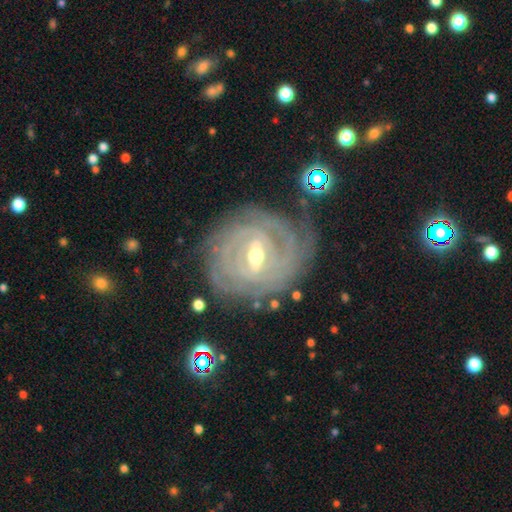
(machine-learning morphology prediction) Smooth or featured?
  - featured or disk: 89% *
  - smooth: 6%
  - star or artifact: 5%
Edge-on disk?
  - no: 95% *
  - yes: 5%
Bar?
  - strong: 49% *
  - weak: 41%
  - no: 10%
Spiral arms?
  - yes: 94% *
  - no: 6%
Spiral winding?
  - tight: 83% *
  - medium: 14%
  - loose: 3%
Spiral arm count?
  - can't tell: 38% *
  - 4: 18%
  - 3: 15%
  - 2: 14%
  - more than 4: 9%
  - 1: 6%
Bulge size?
  - moderate: 55% *
  - small: 41%
  - large: 2%
  - none: 1%
  - dominant: 1%
Merging?
  - none: 77% *
  - minor disturbance: 14%
  - major disturbance: 7%
  - merger: 2%